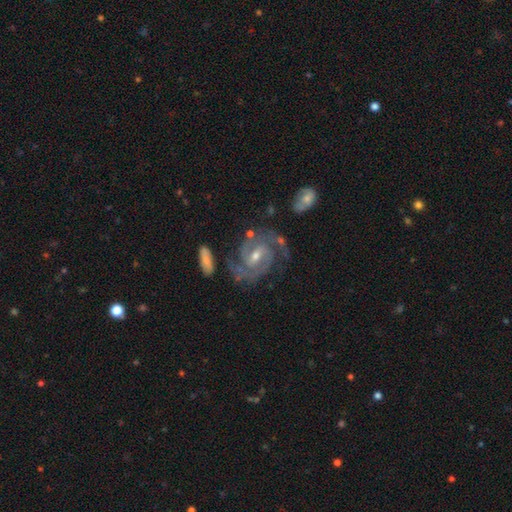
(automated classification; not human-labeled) smooth_or_featured: featured or disk (p=0.91) [alt: star or artifact p=0.05]
disk_edge_on: no (p=0.97) [alt: yes p=0.03]
bar: weak (p=0.48) [alt: no p=0.30]
has_spiral_arms: yes (p=0.98) [alt: no p=0.02]
spiral_winding: tight (p=0.52) [alt: medium p=0.41]
spiral_arm_count: 2 (p=0.77) [alt: 3 p=0.10]
bulge_size: moderate (p=0.51) [alt: small p=0.45]
merging: none (p=0.70) [alt: minor disturbance p=0.17]